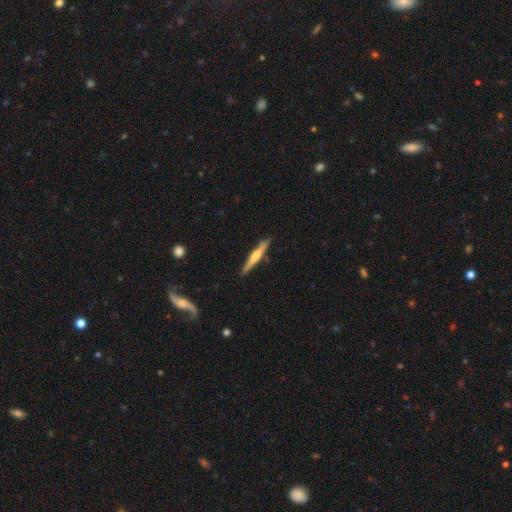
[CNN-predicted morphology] The model was most divided on "smooth or featured": featured or disk: 52%, smooth: 42%, star or artifact: 6%. More confident: edge-on disk — yes (96%); merging — none (85%); edge-on bulge — rounded (64%).